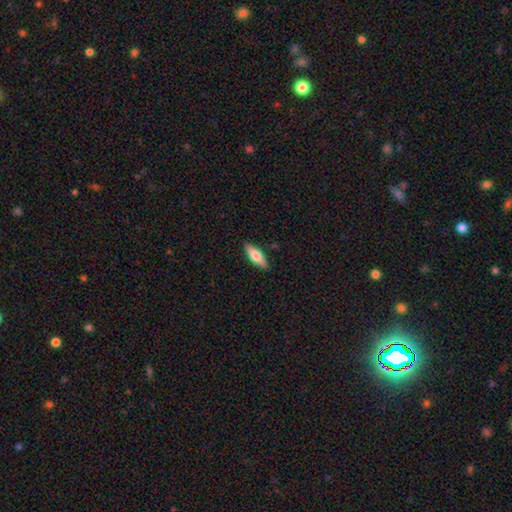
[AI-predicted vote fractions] Smooth or featured? Predicted: smooth (p=0.68). How rounded? Predicted: in between (p=0.62). Merging? Predicted: none (p=0.88).